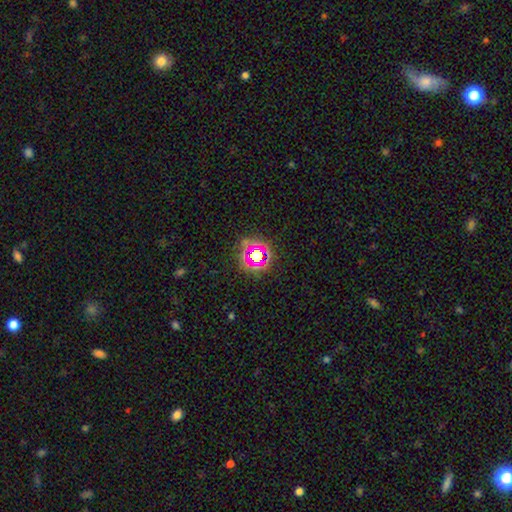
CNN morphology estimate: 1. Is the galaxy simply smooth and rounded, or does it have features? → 62% star or artifact, 26% smooth, 12% featured or disk.